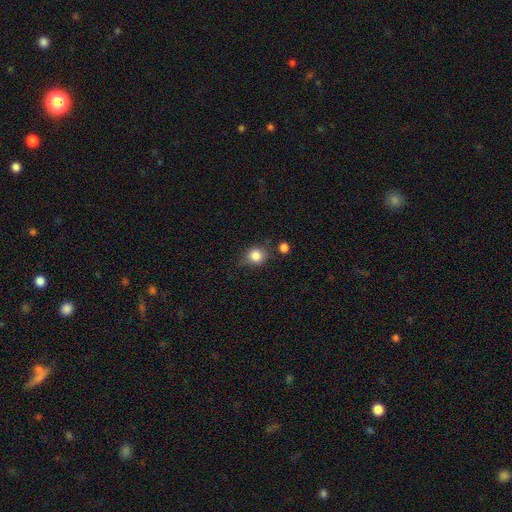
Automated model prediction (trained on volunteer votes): Overall: smooth (83%). How rounded: round (80%). Merging: none (69%).